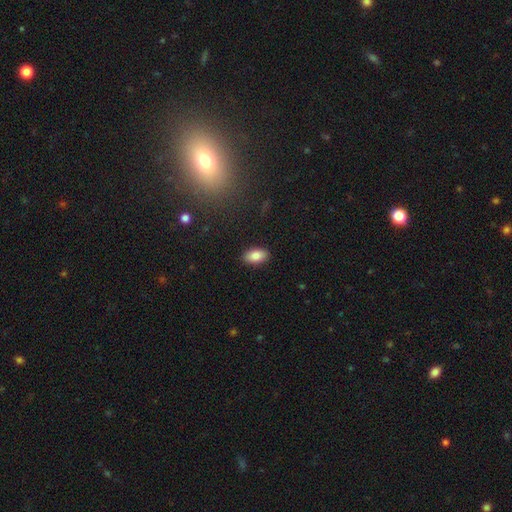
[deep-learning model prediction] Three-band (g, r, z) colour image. It shows a smooth galaxy with no disk features (84%) that is in between round and cigar-shaped (93%). Merging: none (89%).